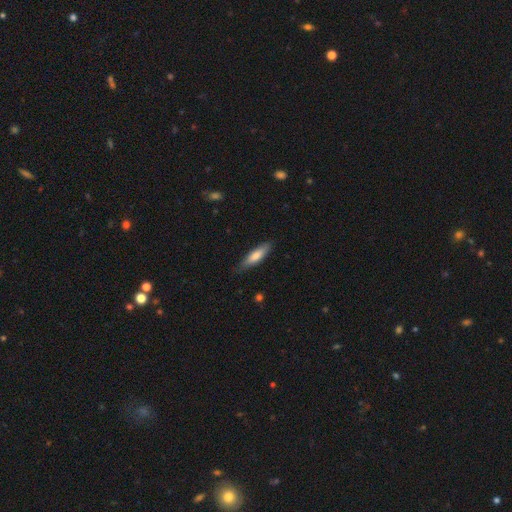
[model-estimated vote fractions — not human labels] Overall: smooth (74%). How rounded: cigar-shaped (62%; in between 37%). Merging: none (78%).